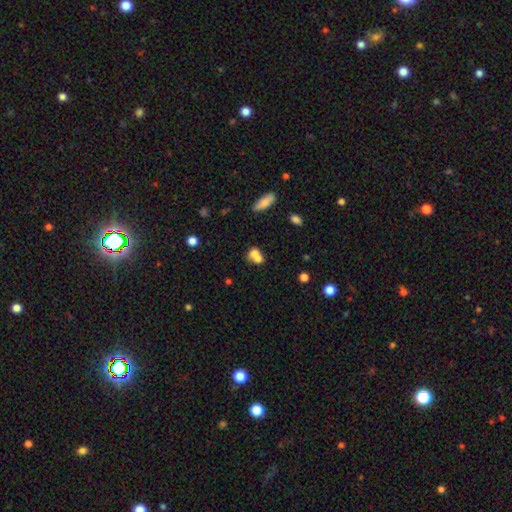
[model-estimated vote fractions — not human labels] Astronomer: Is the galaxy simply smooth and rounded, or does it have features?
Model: smooth — 70%.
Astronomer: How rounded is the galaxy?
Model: in between — 54% (runner-up: round, 44%).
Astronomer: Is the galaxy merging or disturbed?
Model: merger — 66%.